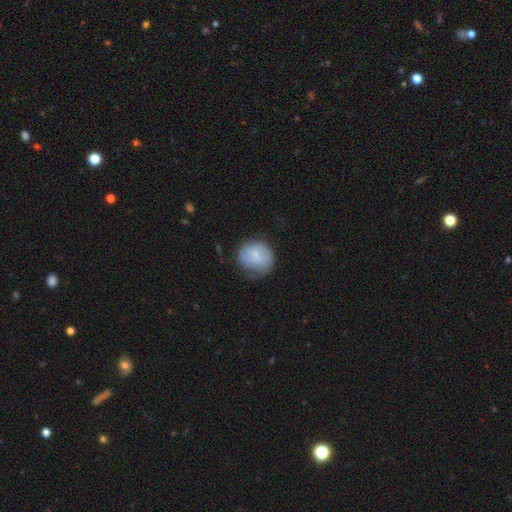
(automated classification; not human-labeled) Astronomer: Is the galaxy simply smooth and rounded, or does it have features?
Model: smooth — 67%.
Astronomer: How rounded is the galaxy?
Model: round — 78%.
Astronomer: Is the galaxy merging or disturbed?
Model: none — 61%.